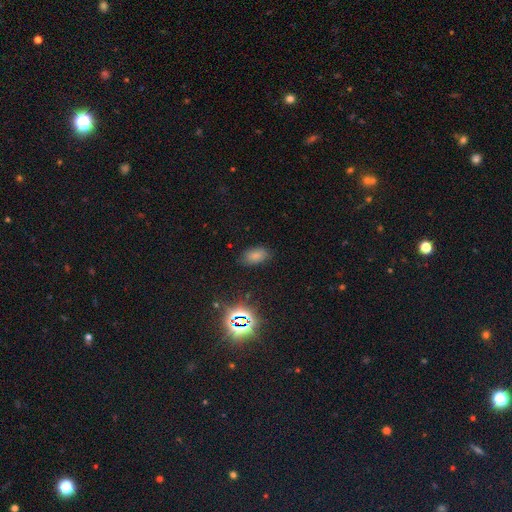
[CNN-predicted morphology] smooth 72%, star or artifact 20%, featured or disk 8%. Down the decision tree: how rounded — in between (91%); merging — none (80%).